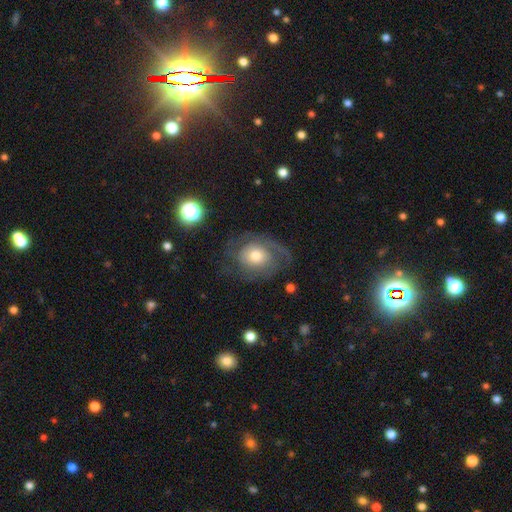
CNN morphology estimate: smooth-or-featured: featured or disk: 67% | smooth: 26% | star or artifact: 8%
  disk-edge-on: no: 97% | yes: 3%
    bar: no: 79% | weak: 18% | strong: 3%
    has-spiral-arms: yes: 85% | no: 15%
      spiral-winding: tight: 43% | medium: 38% | loose: 19%
      spiral-arm-count: 2: 44% | can't tell: 26% | 1: 14% | 3: 9% | 4: 4% | more than 4: 3%
    bulge-size: moderate: 63% | small: 21% | large: 13% | dominant: 2% | none: 1%
  merging: none: 60% | major disturbance: 20% | minor disturbance: 19% | merger: 2%